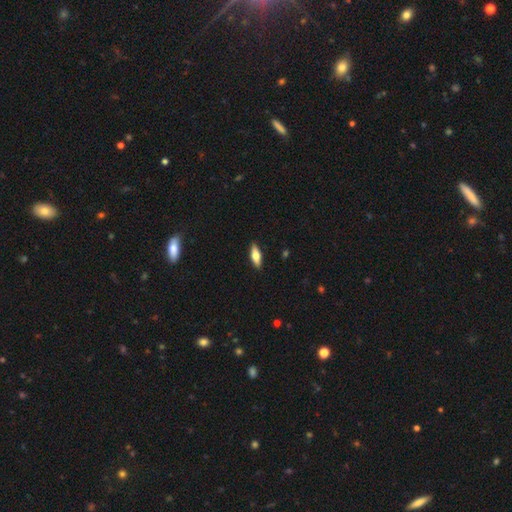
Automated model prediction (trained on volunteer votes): This appears to be a smooth galaxy with no disk features (58%) that is in between round and cigar-shaped (55%). Merging: none (90%).